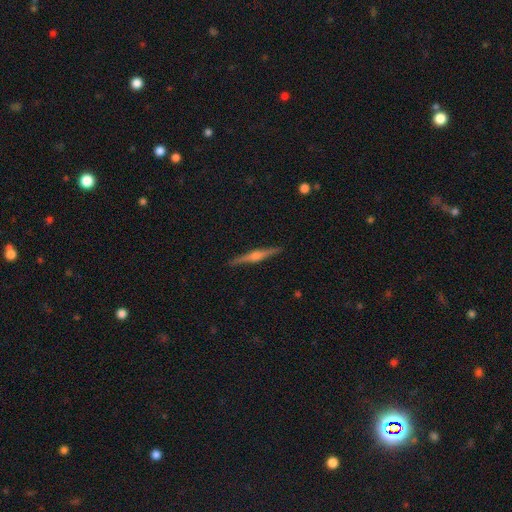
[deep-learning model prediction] featured or disk 79%, smooth 15%, star or artifact 6%. Down the decision tree: edge-on disk — yes (98%); edge-on bulge — rounded (81%); merging — none (92%).